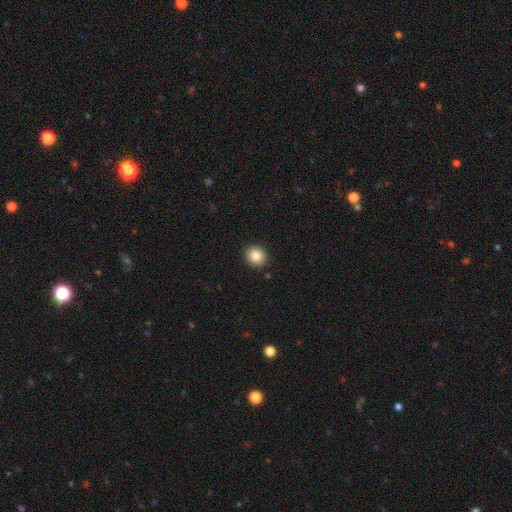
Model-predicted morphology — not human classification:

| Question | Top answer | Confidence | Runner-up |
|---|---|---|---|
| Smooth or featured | smooth | 86% | star or artifact (9%) |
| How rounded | round | 78% | in between (21%) |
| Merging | none | 91% | minor disturbance (6%) |